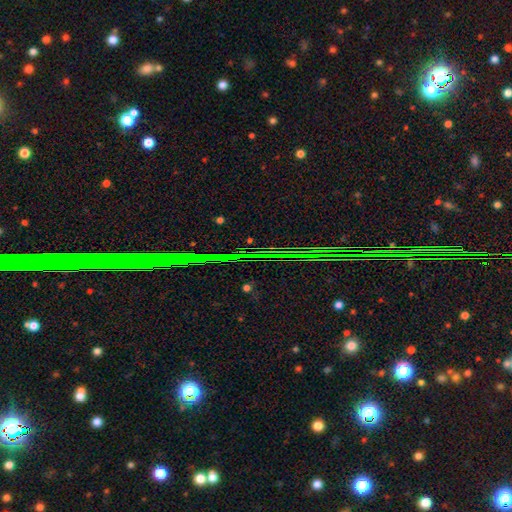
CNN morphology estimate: type=star or artifact (77%).